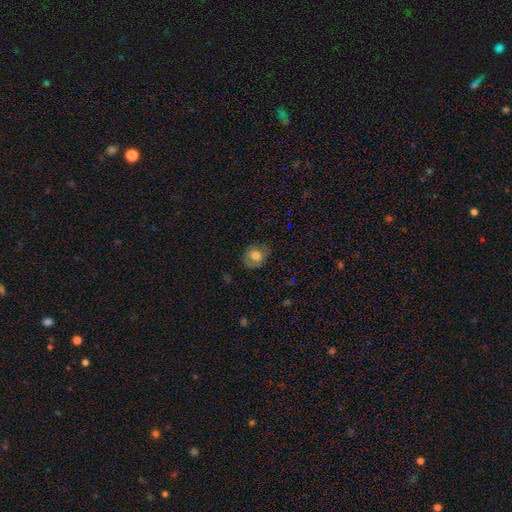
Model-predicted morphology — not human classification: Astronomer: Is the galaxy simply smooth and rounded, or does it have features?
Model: smooth — 62%.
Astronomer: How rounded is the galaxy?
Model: round — 52% (runner-up: in between, 47%).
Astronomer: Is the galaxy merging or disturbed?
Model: none — 65%.